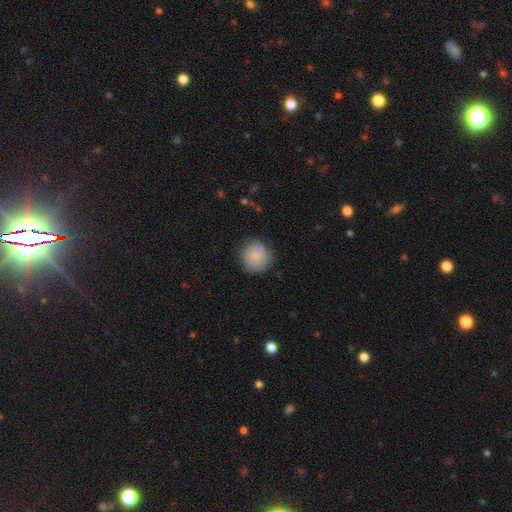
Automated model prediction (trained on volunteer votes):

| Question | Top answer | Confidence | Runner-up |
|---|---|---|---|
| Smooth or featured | smooth | 81% | featured or disk (11%) |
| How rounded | round | 93% | in between (6%) |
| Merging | none | 80% | minor disturbance (14%) |